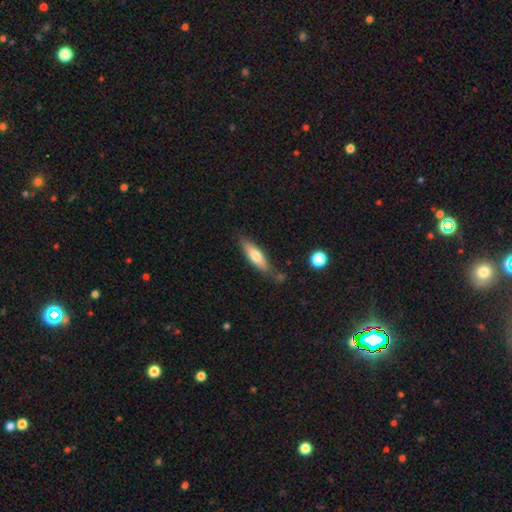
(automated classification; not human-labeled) The model was most divided on "how rounded": cigar-shaped: 64%, in between: 34%, round: 2%. More confident: merging — none (72%); smooth or featured — smooth (66%).